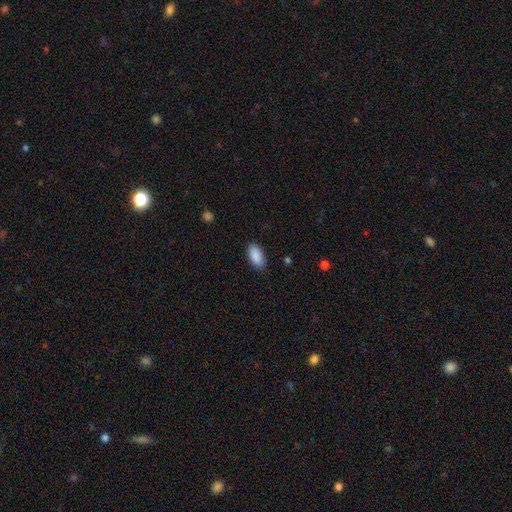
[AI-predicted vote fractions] Smooth or featured: smooth — 90% (star or artifact — 7%)
How rounded: in between — 94% (round — 3%)
Merging: none — 85% (minor disturbance — 11%)